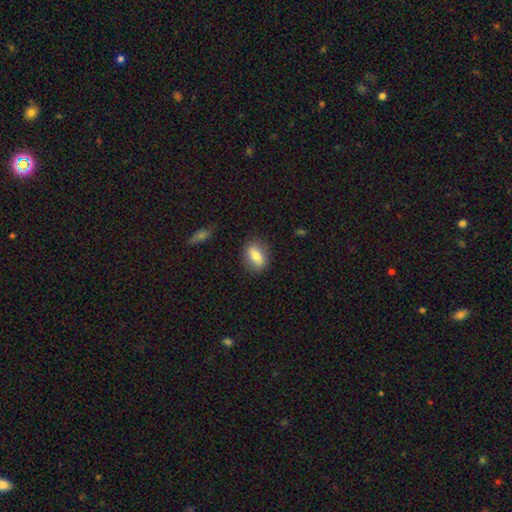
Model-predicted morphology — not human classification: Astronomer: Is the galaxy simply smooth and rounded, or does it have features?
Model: smooth — 76%.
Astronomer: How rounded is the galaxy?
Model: in between — 78%.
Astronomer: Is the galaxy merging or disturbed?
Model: none — 83%.